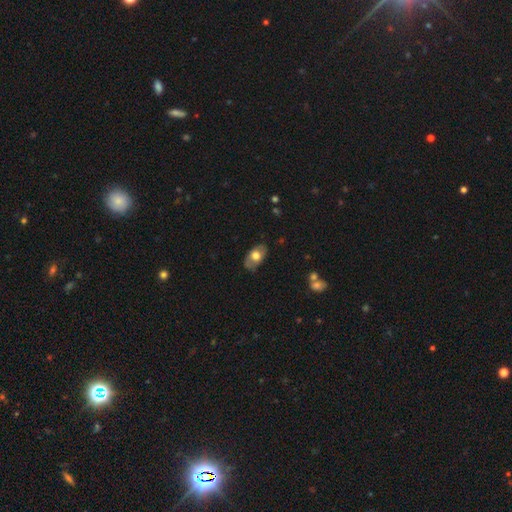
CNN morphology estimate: Smooth or featured? smooth (57%)
How rounded? in between (89%)
Merging? none (76%)